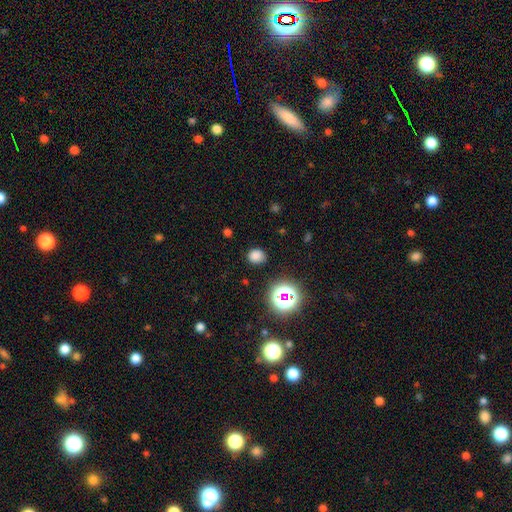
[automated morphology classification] Smooth or featured? smooth (76%)
How rounded? round (65%)
Merging? none (85%)